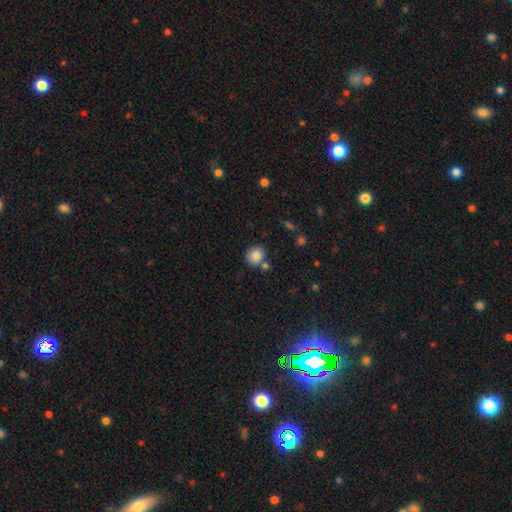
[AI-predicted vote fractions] Smooth or featured? Predicted: smooth (p=0.85). How rounded? Predicted: round (p=0.79). Merging? Predicted: none (p=0.73).